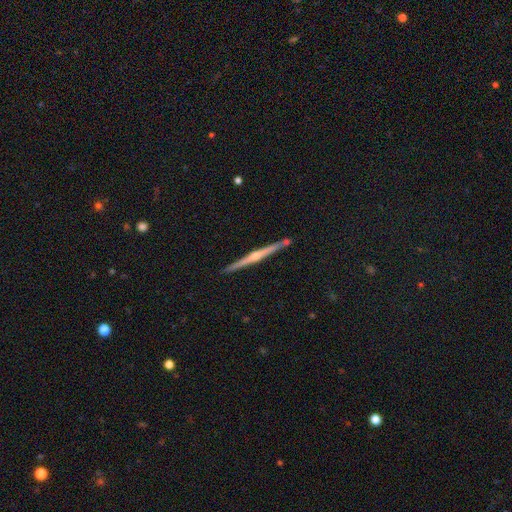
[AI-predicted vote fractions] Q: Smooth or featured?
A: featured or disk (79%); runner-up: smooth (13%)
Q: Edge-on disk?
A: yes (98%); runner-up: no (2%)
Q: Edge-on bulge?
A: rounded (77%); runner-up: none (16%)
Q: Merging?
A: none (91%); runner-up: minor disturbance (6%)